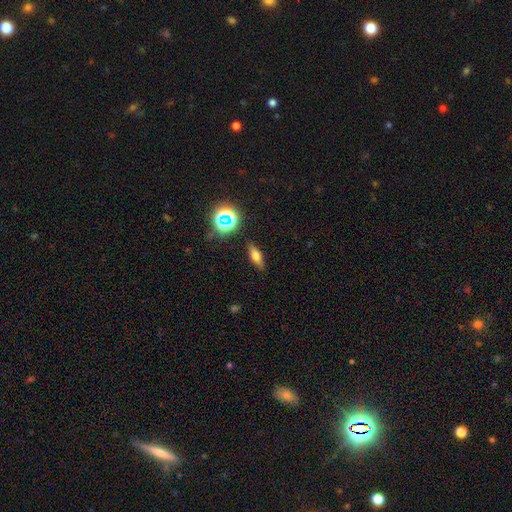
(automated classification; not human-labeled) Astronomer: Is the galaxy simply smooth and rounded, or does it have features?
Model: smooth — 57%.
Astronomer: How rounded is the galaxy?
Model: in between — 53% (runner-up: cigar-shaped, 39%).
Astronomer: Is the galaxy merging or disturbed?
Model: none — 85%.